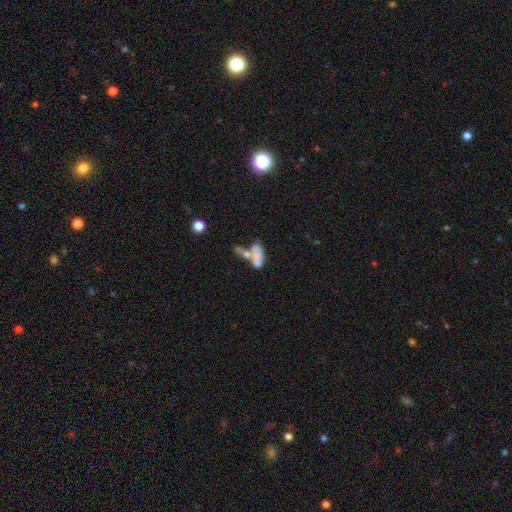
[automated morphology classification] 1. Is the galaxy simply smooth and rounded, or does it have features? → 61% smooth, 29% featured or disk, 10% star or artifact.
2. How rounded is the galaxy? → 85% in between, 10% cigar-shaped, 5% round.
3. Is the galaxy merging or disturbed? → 56% merger, 19% none, 14% major disturbance, 12% minor disturbance.